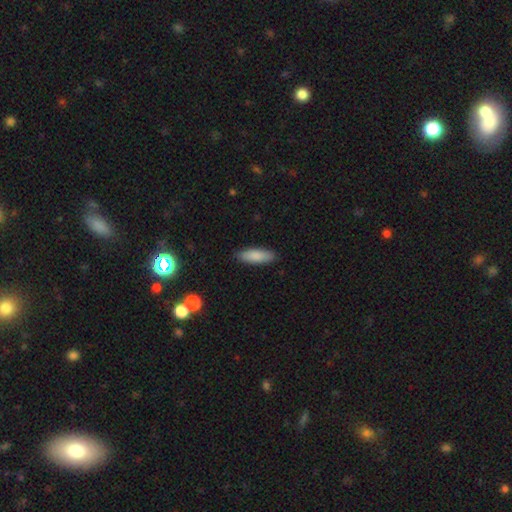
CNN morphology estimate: Overall: smooth (86%). How rounded: in between (54%; cigar-shaped 45%). Merging: none (88%).